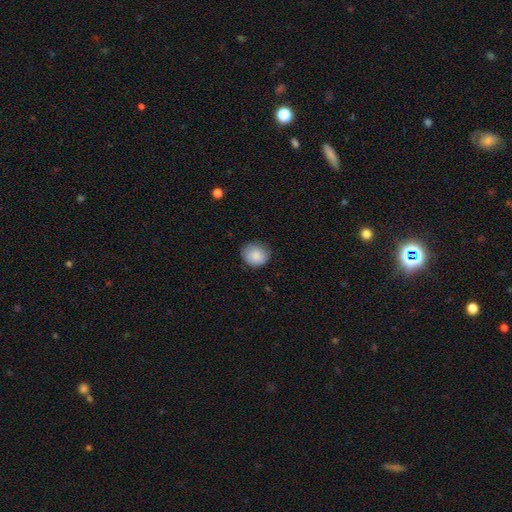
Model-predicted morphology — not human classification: A smooth galaxy with no disk features (86%) that is round (74%). Merging: none (77%).